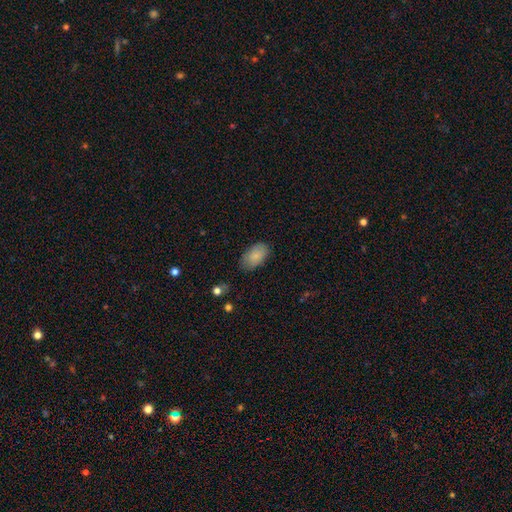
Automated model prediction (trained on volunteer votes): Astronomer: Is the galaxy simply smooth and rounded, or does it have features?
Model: smooth — 86%.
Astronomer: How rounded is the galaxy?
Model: in between — 94%.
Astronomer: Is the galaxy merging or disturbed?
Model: none — 77%.